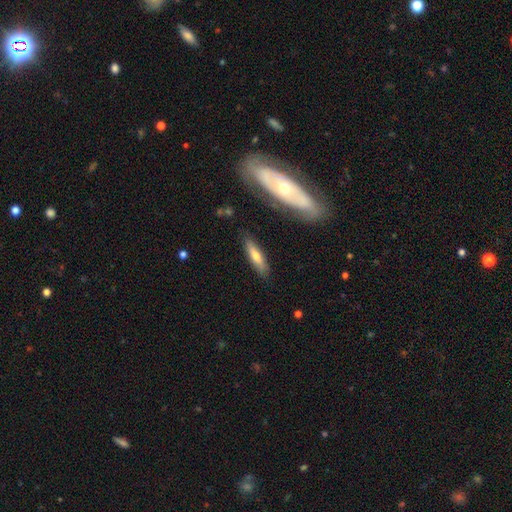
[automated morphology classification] Q: Smooth or featured?
A: smooth (59%); runner-up: featured or disk (34%)
Q: How rounded?
A: cigar-shaped (66%); runner-up: in between (32%)
Q: Merging?
A: none (83%); runner-up: minor disturbance (12%)